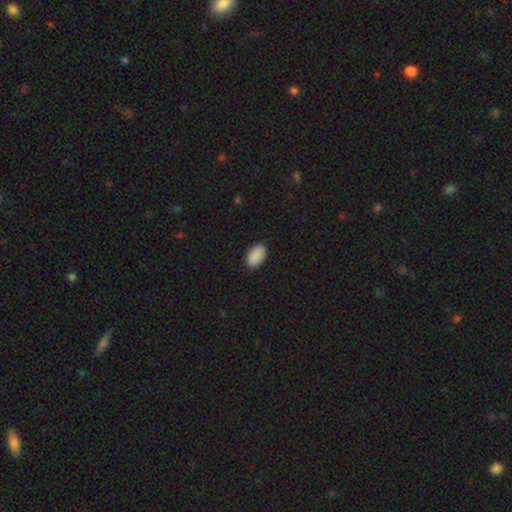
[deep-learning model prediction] Morphology: type=smooth (90%); roundness=in between (94%); merging=none (87%).